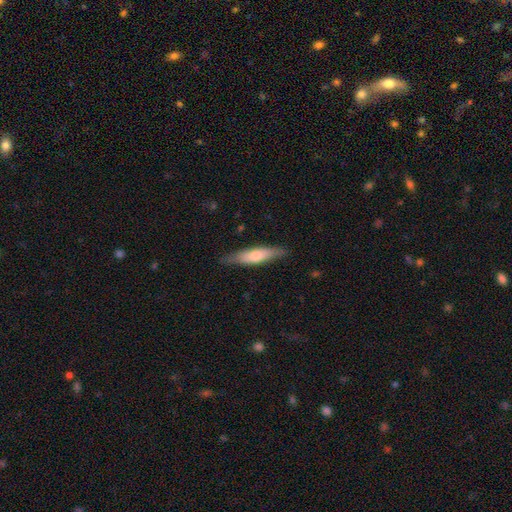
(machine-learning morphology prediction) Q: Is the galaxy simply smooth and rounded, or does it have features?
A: smooth — 63%.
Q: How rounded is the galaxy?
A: cigar-shaped — 79%.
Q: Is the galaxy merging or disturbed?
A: none — 83%.